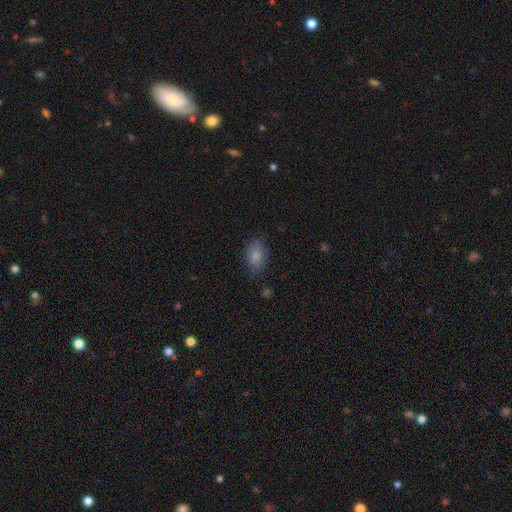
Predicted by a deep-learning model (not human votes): smooth_or_featured: smooth (p=0.85) [alt: star or artifact p=0.08]
how_rounded: in between (p=0.87) [alt: round p=0.12]
merging: none (p=0.80) [alt: minor disturbance p=0.15]